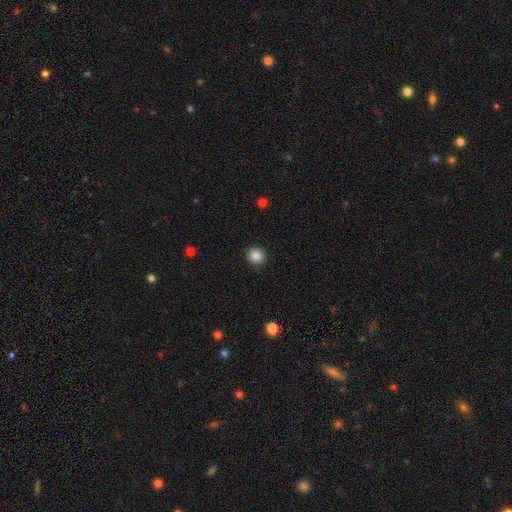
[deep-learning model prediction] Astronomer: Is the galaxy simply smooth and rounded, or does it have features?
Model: smooth — 86%.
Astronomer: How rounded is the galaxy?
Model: round — 89%.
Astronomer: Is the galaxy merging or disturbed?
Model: none — 90%.